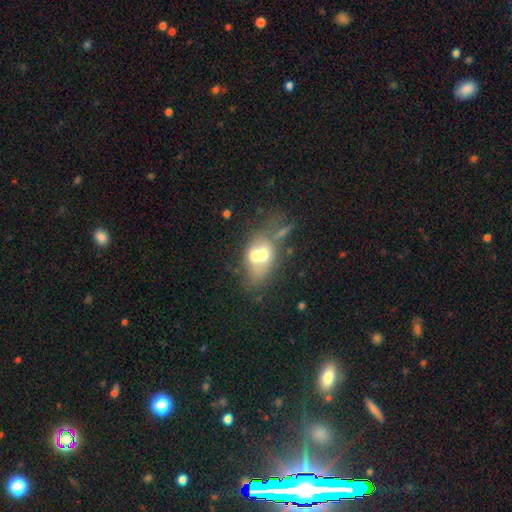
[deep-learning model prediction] Q: Smooth or featured?
A: smooth (48%); runner-up: featured or disk (40%)
Q: Merging?
A: merger (55%); runner-up: none (25%)